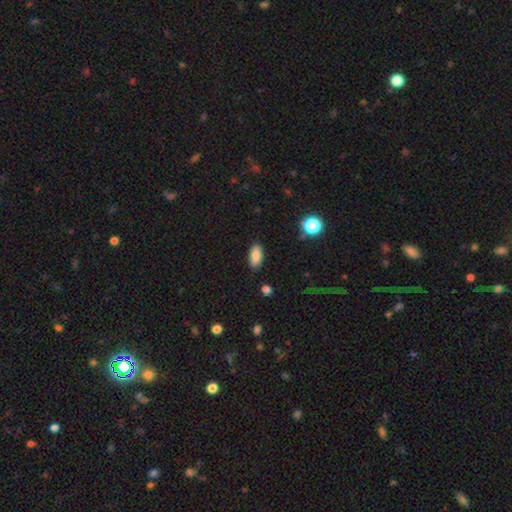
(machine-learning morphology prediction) smooth 85%, star or artifact 9%, featured or disk 6%. Down the decision tree: how rounded — in between (87%); merging — none (85%).